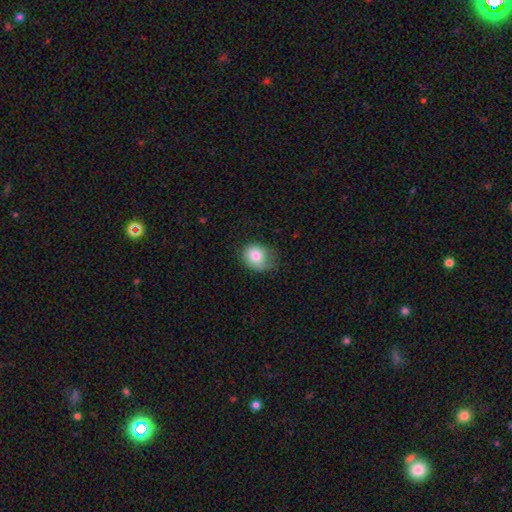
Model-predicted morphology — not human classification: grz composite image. It shows a smooth galaxy with no disk features (82%) that is round (59%). Merging: none (54%).